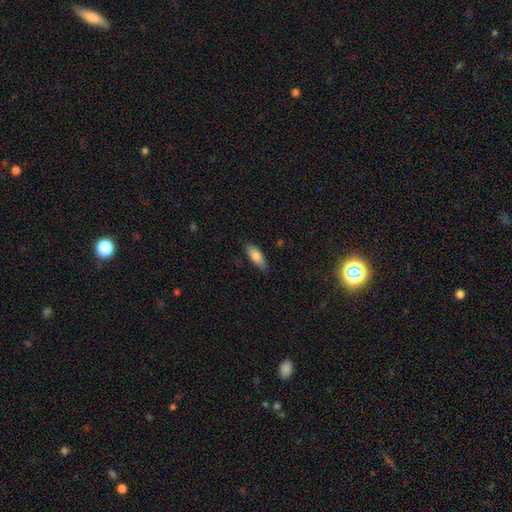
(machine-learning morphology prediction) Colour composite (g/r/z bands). It shows a smooth galaxy with no disk features (79%) that is in between round and cigar-shaped (71%). Merging: none (82%).